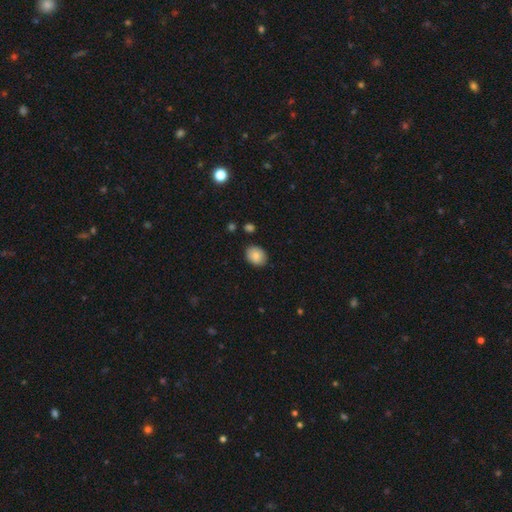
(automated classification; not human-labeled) Smooth or featured? smooth (85%)
How rounded? in between (53%)
Merging? none (86%)